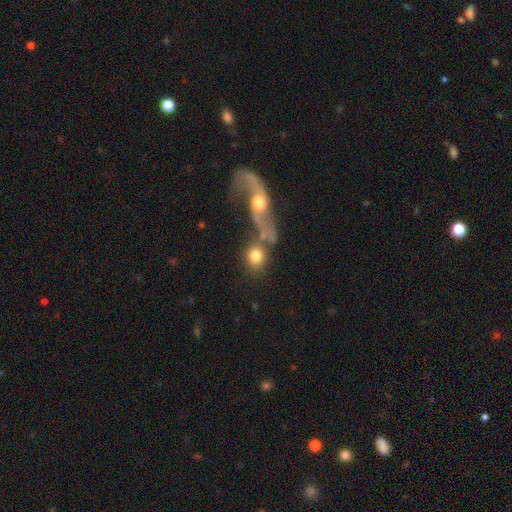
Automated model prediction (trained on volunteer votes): Smooth or featured?
  - smooth: 73% *
  - featured or disk: 19%
  - star or artifact: 8%
How rounded?
  - round: 68% *
  - in between: 28%
  - cigar-shaped: 3%
Merging?
  - none: 43% *
  - merger: 37%
  - minor disturbance: 10%
  - major disturbance: 9%